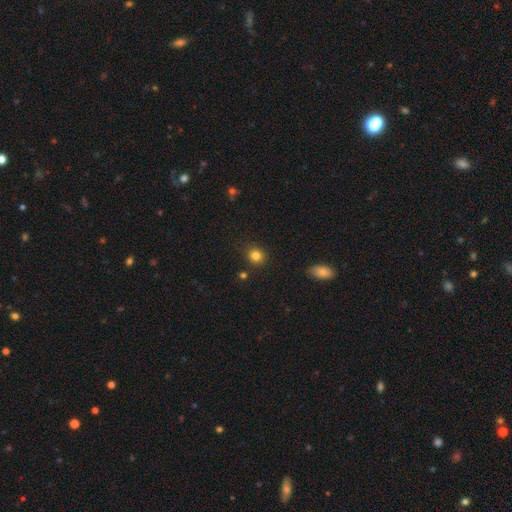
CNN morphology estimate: Overall: smooth (83%). How rounded: round (87%). Merging: none (88%).